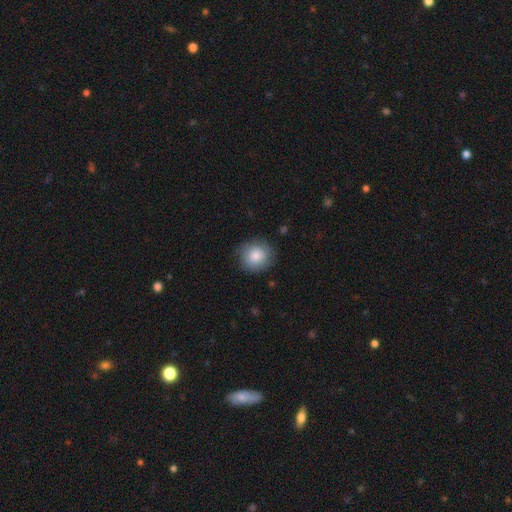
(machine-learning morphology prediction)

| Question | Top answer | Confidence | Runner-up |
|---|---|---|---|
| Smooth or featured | smooth | 82% | featured or disk (10%) |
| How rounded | round | 88% | in between (11%) |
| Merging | none | 82% | minor disturbance (14%) |